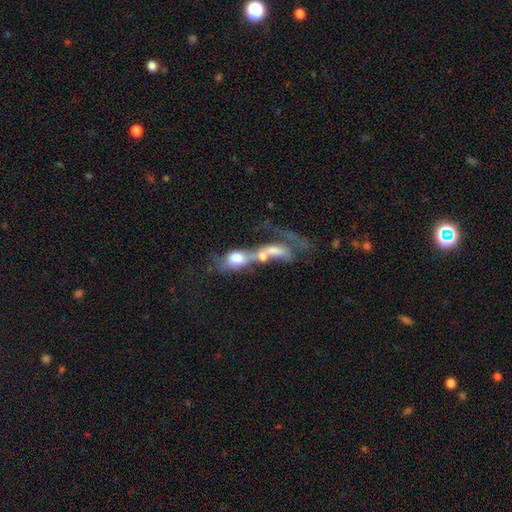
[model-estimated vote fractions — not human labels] A featured or disk galaxy (54%).

Vote fractions:
- Smooth or featured? featured or disk: 54% / smooth: 32% / star or artifact: 15%
- Edge-on disk? no: 66% / yes: 34%
- Merging? merger: 59% / none: 20% / major disturbance: 12% / minor disturbance: 9%